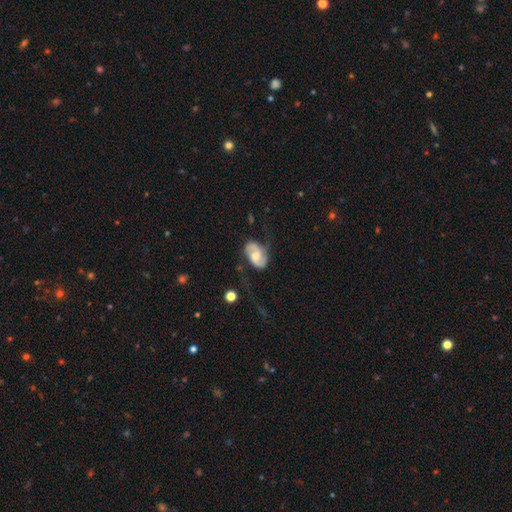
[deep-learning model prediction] A featured or disk galaxy (71%) with no bar (52%), 2 (87%) medium (45%) spiral arms (91%) and a moderate central bulge (61%).

Vote fractions:
- Smooth or featured? featured or disk: 71% / smooth: 23% / star or artifact: 6%
- Edge-on disk? no: 97% / yes: 3%
- Bar? no: 52% / weak: 39% / strong: 9%
- Spiral arms? yes: 91% / no: 9%
- Spiral winding? medium: 45% / loose: 31% / tight: 24%
- Spiral arm count? 2: 87% / can't tell: 7% / 1: 3% / 3: 1% / 4: 1% / more than 4: 1%
- Bulge size? moderate: 61% / small: 21% / large: 12% / none: 5% / dominant: 2%
- Merging? none: 59% / minor disturbance: 24% / major disturbance: 15% / merger: 3%